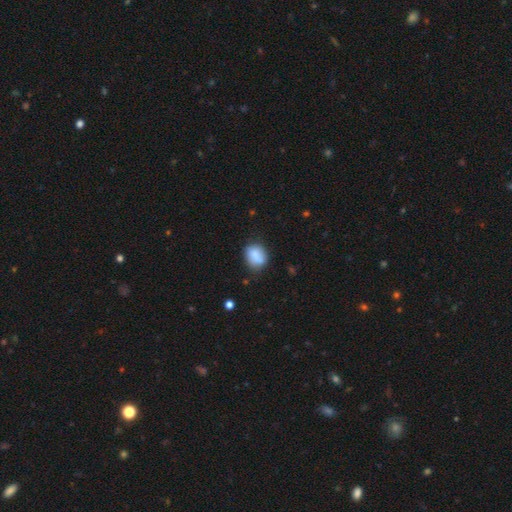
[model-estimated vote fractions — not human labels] smooth 82%, featured or disk 10%, star or artifact 8%. Down the decision tree: how rounded — in between (53%); merging — none (65%).